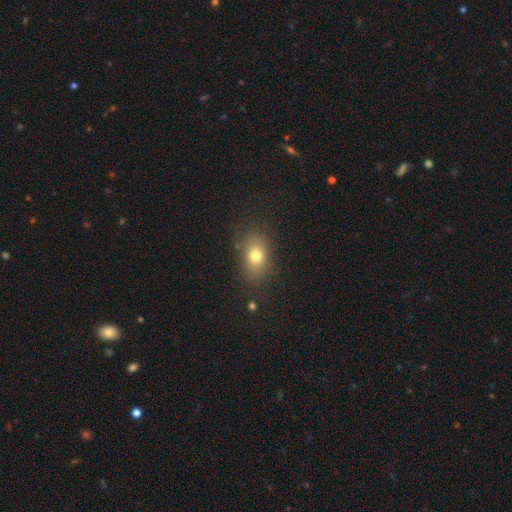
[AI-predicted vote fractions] smooth 76%, star or artifact 13%, featured or disk 11%. Down the decision tree: how rounded — in between (69%); merging — none (81%).